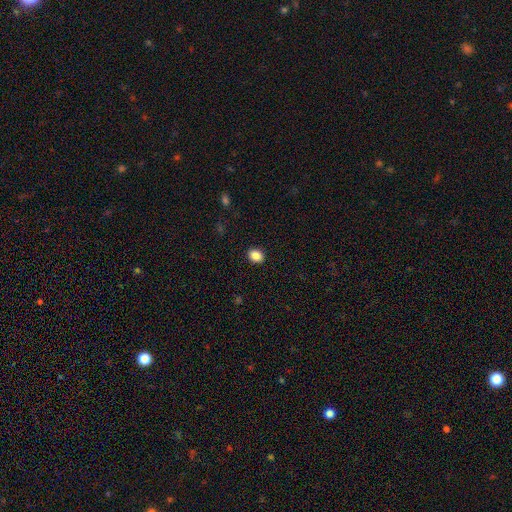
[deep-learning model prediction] smooth 87%, star or artifact 9%, featured or disk 4%. Down the decision tree: how rounded — in between (54%); merging — none (91%).